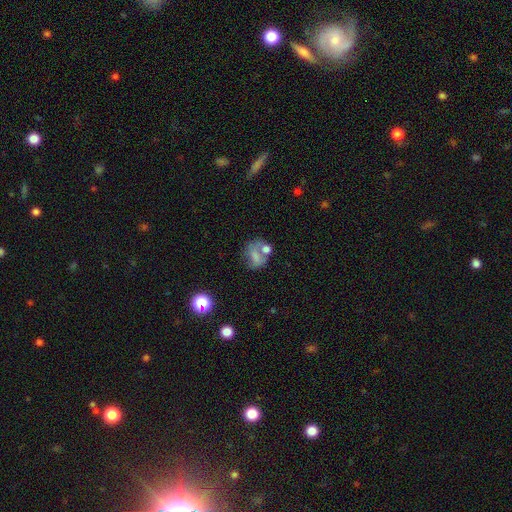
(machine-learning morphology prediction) Smooth or featured: smooth — 57% (featured or disk — 29%)
How rounded: round — 51% (in between — 48%)
Merging: none — 36% (merger — 28%)